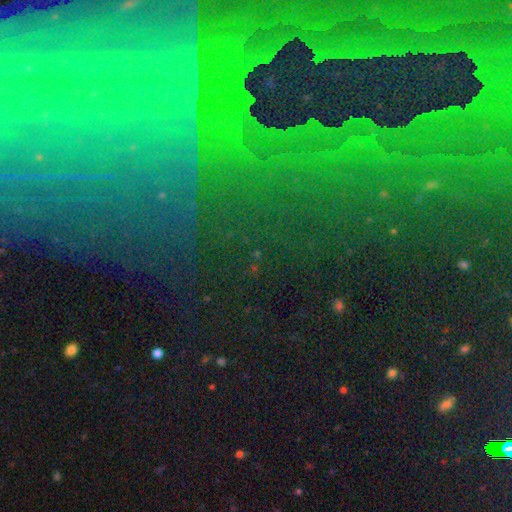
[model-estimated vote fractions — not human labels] Q: Smooth or featured?
A: star or artifact (69%); runner-up: featured or disk (18%)